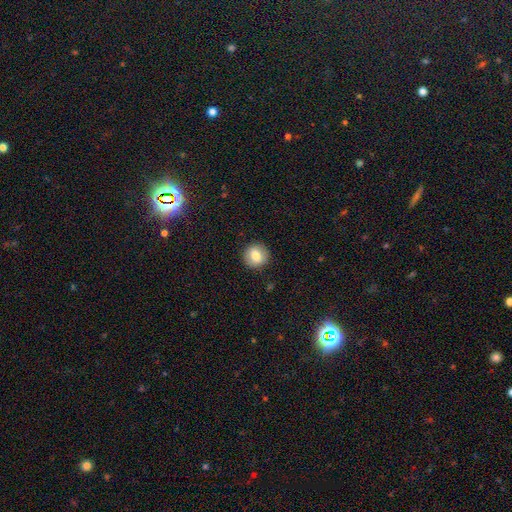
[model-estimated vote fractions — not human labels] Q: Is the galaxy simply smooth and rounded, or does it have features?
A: smooth — 78%.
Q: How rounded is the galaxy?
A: round — 89%.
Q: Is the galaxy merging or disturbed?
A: none — 90%.